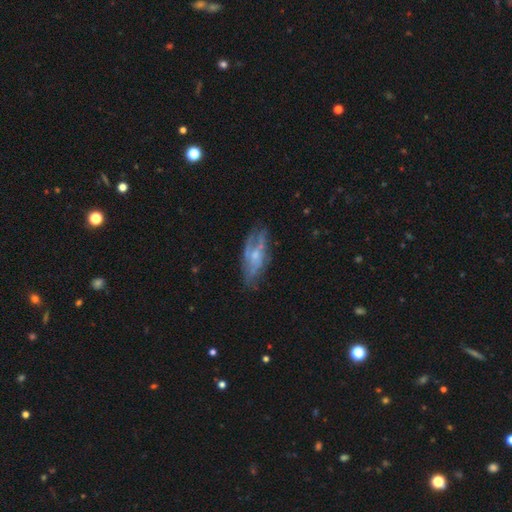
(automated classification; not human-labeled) Morphology: type=featured or disk (66%); edge-on=no (86%); bar=no (71%); spiral arms=yes (62%); bulge=small (55%); merging=none (57%).